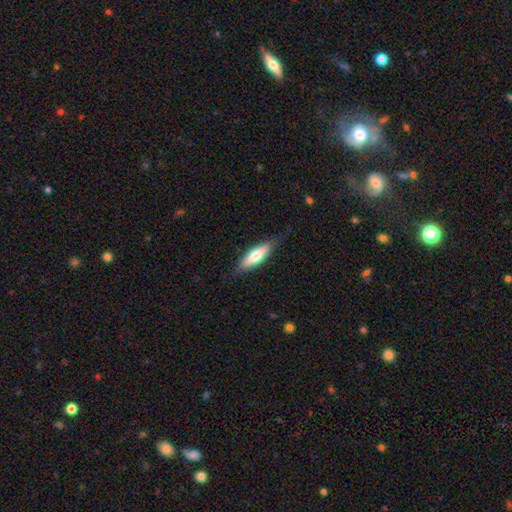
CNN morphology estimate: Smooth or featured: smooth — 62% (featured or disk — 33%)
How rounded: cigar-shaped — 52% (in between — 46%)
Merging: none — 78% (minor disturbance — 17%)